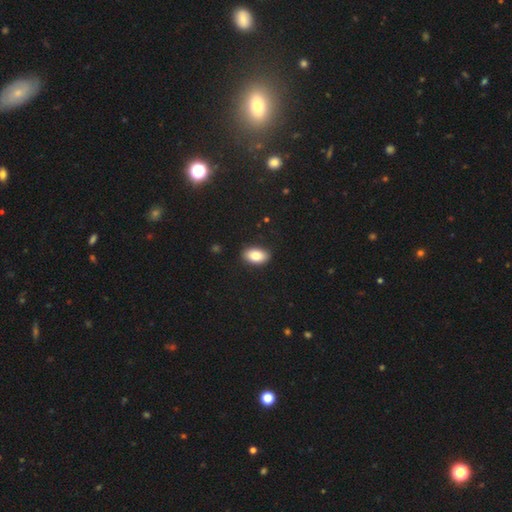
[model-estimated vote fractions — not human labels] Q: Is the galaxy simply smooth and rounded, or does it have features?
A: smooth — 82%.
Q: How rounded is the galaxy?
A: in between — 91%.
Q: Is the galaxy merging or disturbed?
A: none — 88%.